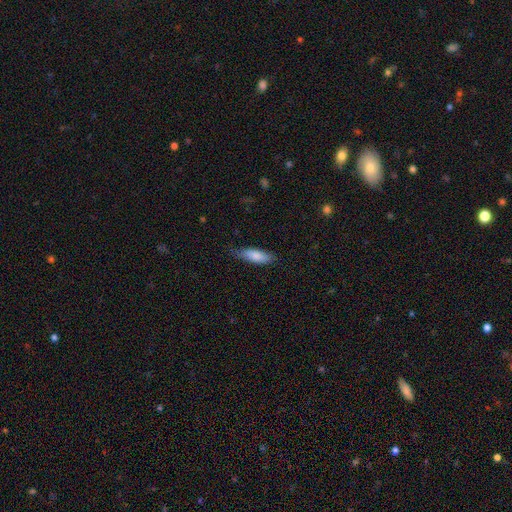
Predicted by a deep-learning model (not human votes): The model was most divided on "how rounded": in between: 58%, cigar-shaped: 40%, round: 2%. More confident: smooth or featured — smooth (80%); merging — none (74%).